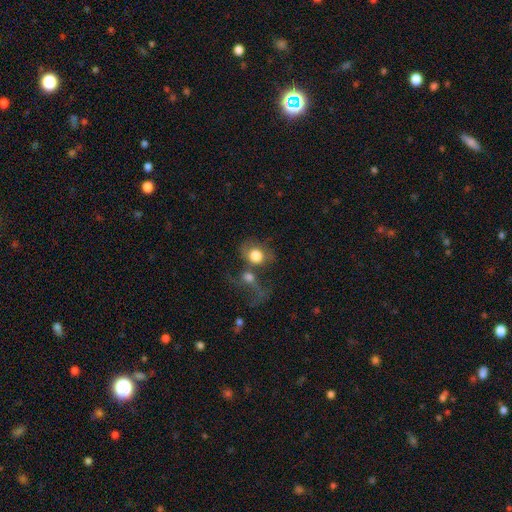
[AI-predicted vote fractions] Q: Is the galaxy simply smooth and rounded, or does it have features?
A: smooth — 69%.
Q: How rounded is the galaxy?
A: round — 57%.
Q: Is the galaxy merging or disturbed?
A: merger — 49%.